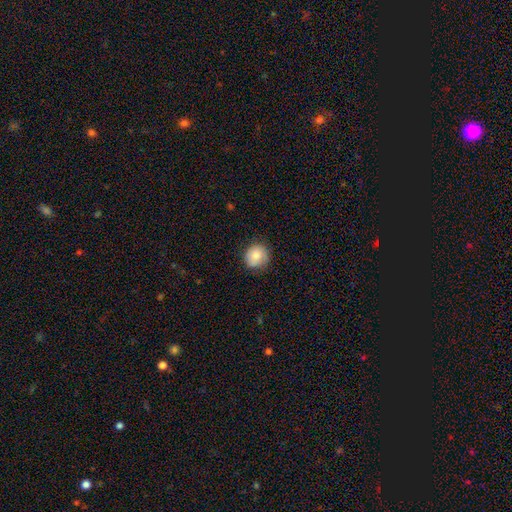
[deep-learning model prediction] A smooth galaxy with no disk features (80%) that is round (88%). Merging: none (79%).